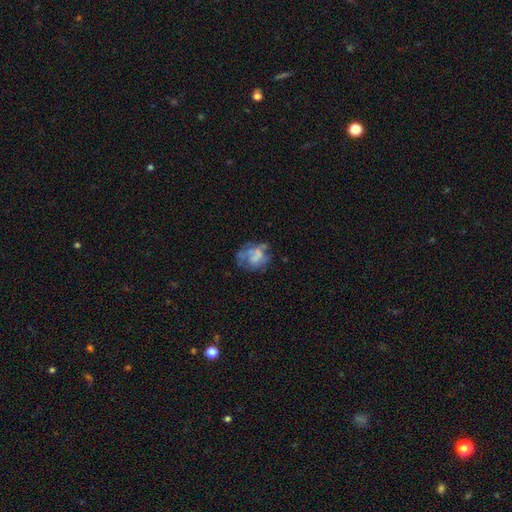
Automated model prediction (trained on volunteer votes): smooth-or-featured: featured or disk: 50% | smooth: 39% | star or artifact: 11%
  merging: none: 43% | major disturbance: 26% | minor disturbance: 25% | merger: 6%